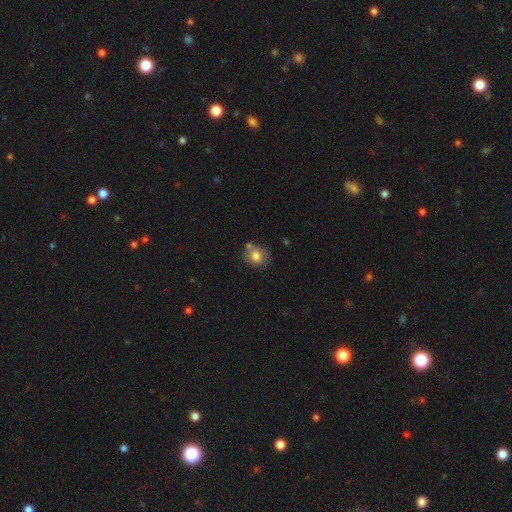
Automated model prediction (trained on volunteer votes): smooth-or-featured: smooth: 77% | featured or disk: 15% | star or artifact: 8%
  how-rounded: round: 58% | in between: 41% | cigar-shaped: 1%
  merging: none: 62% | minor disturbance: 20% | merger: 13% | major disturbance: 5%